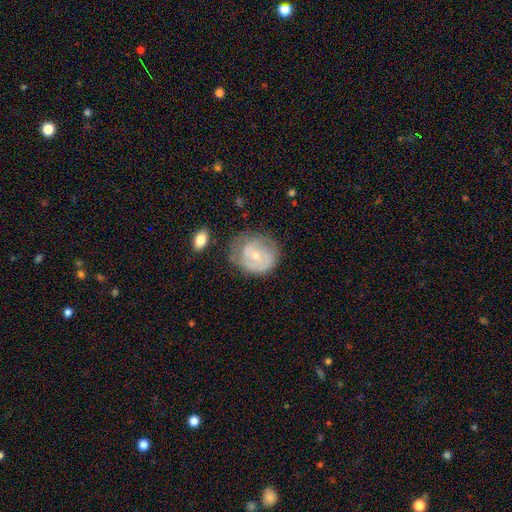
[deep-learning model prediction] smooth-or-featured: featured or disk: 62% | smooth: 31% | star or artifact: 7%
  disk-edge-on: no: 97% | yes: 3%
    bar: no: 59% | weak: 35% | strong: 7%
    has-spiral-arms: yes: 76% | no: 24%
    bulge-size: small: 63% | moderate: 33% | none: 2% | large: 1% | dominant: 1%
  merging: none: 56% | minor disturbance: 27% | major disturbance: 13% | merger: 4%